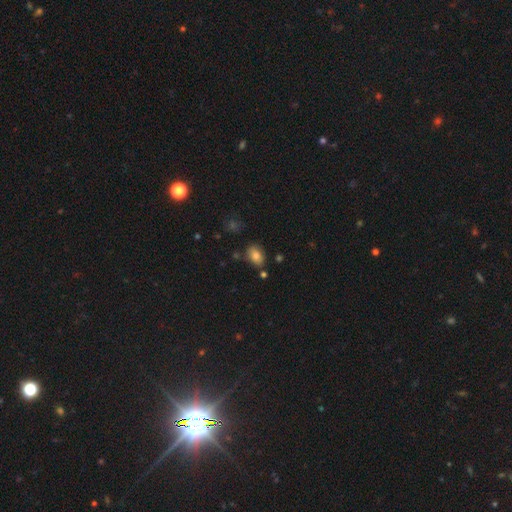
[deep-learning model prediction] smooth 80%, star or artifact 10%, featured or disk 10%. Down the decision tree: how rounded — in between (79%); merging — none (77%).